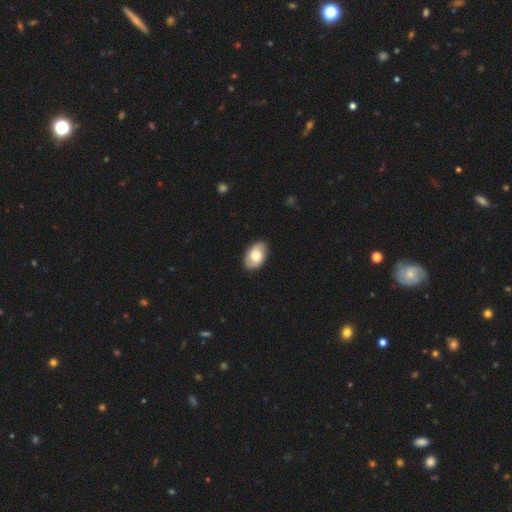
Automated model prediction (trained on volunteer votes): Overall: smooth (70%). How rounded: in between (92%). Merging: none (87%).